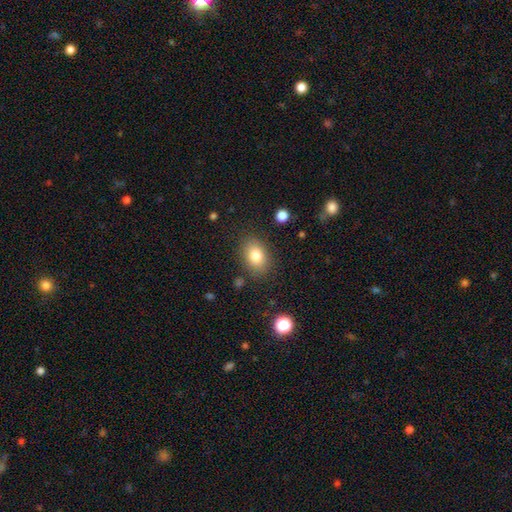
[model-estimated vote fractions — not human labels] Smooth or featured?
  - smooth: 81% *
  - featured or disk: 9%
  - star or artifact: 9%
How rounded?
  - in between: 75% *
  - round: 24%
  - cigar-shaped: 1%
Merging?
  - none: 84% *
  - minor disturbance: 11%
  - major disturbance: 4%
  - merger: 2%